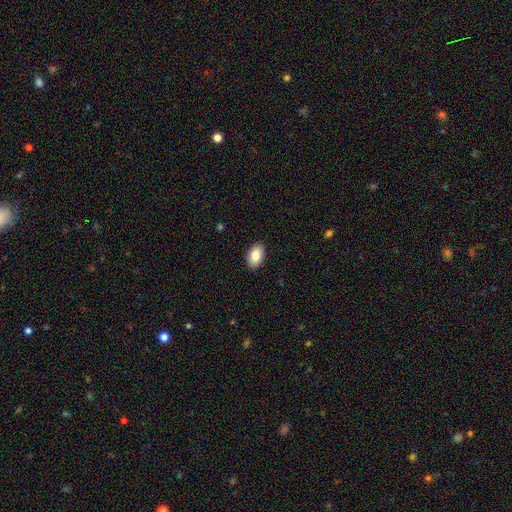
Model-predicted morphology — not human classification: smooth-or-featured: smooth: 85% | featured or disk: 8% | star or artifact: 7%
  how-rounded: in between: 92% | round: 6% | cigar-shaped: 1%
  merging: none: 89% | minor disturbance: 8% | major disturbance: 2% | merger: 1%